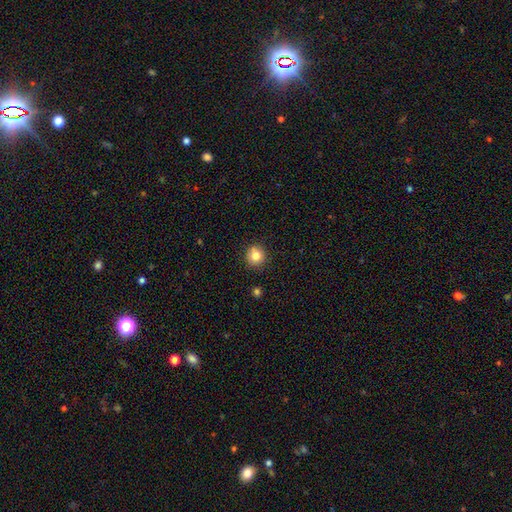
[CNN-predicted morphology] Smooth or featured?
  - smooth: 82% *
  - star or artifact: 11%
  - featured or disk: 7%
How rounded?
  - round: 91% *
  - in between: 8%
  - cigar-shaped: 1%
Merging?
  - none: 87% *
  - minor disturbance: 8%
  - merger: 2%
  - major disturbance: 2%